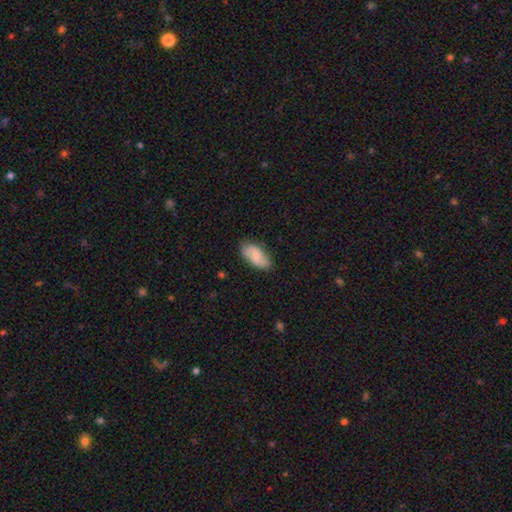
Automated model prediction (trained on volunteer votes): Smooth or featured?
  - smooth: 72% *
  - featured or disk: 22%
  - star or artifact: 6%
How rounded?
  - in between: 91% *
  - cigar-shaped: 6%
  - round: 3%
Merging?
  - none: 77% *
  - minor disturbance: 19%
  - major disturbance: 3%
  - merger: 1%